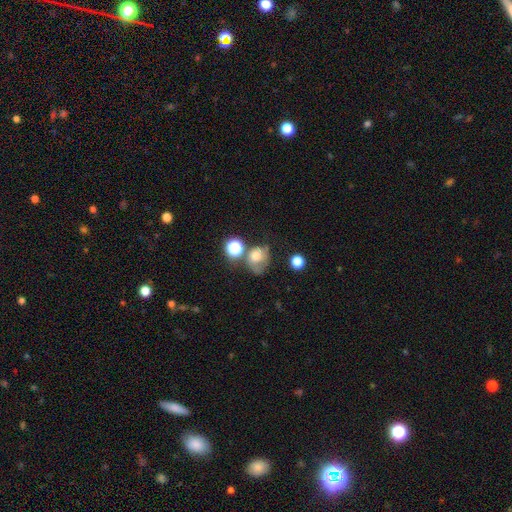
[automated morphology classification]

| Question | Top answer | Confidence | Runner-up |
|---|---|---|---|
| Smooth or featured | smooth | 63% | featured or disk (23%) |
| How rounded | round | 58% | in between (41%) |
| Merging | none | 33% | minor disturbance (26%) |